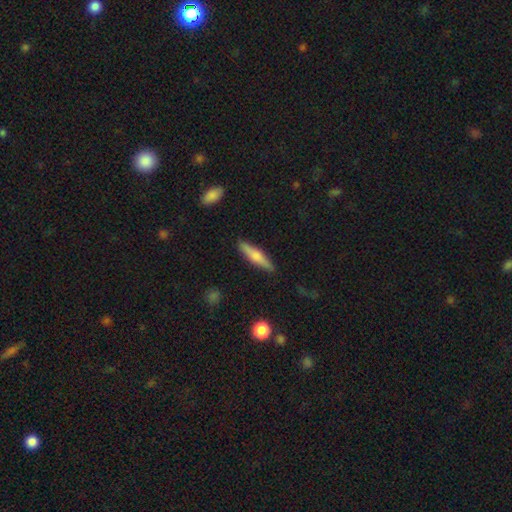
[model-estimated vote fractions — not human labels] smooth-or-featured: smooth: 55% | featured or disk: 39% | star or artifact: 6%
  how-rounded: cigar-shaped: 83% | in between: 15% | round: 2%
  merging: none: 89% | minor disturbance: 8% | major disturbance: 2% | merger: 1%